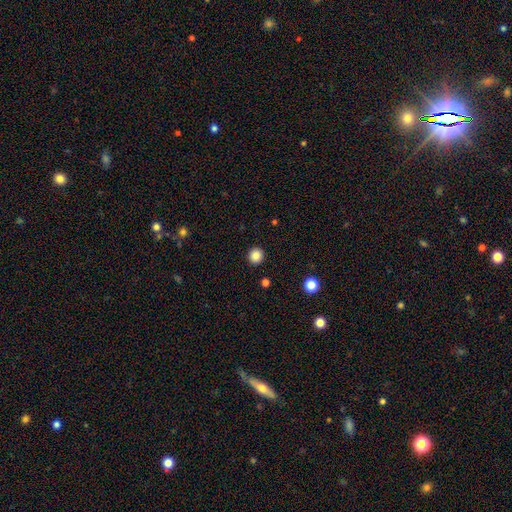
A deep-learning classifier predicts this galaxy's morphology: smooth 86%, star or artifact 11%, featured or disk 3%. Down the decision tree: how rounded — round (94%); merging — none (93%).